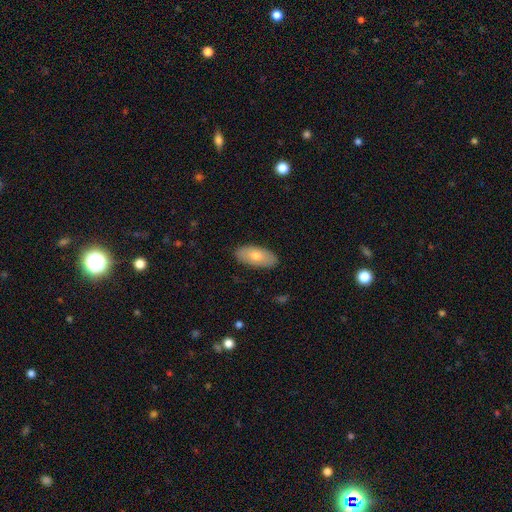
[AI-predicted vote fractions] This appears to be a smooth galaxy with no disk features (71%) that is in between round and cigar-shaped (91%). Merging: none (88%).